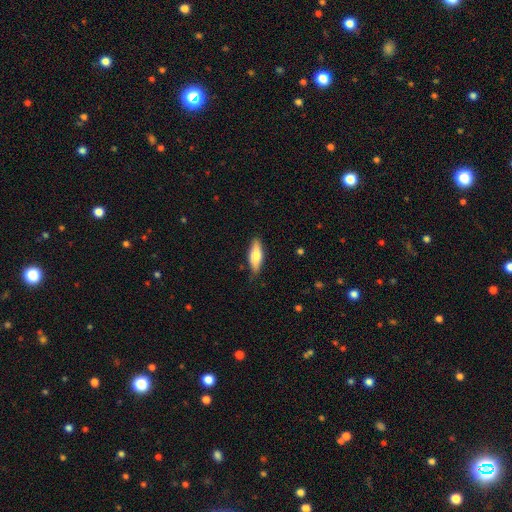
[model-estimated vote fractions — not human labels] This appears to be a smooth galaxy with no disk features (67%) that is in between round and cigar-shaped (64%). Merging: none (82%).